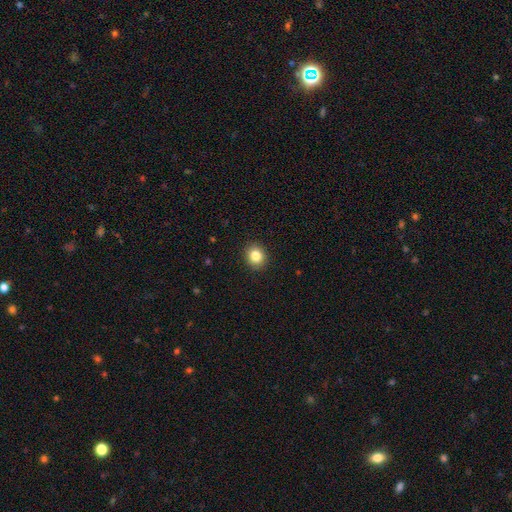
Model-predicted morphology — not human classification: smooth-or-featured: smooth: 84% | star or artifact: 10% | featured or disk: 6%
  how-rounded: round: 68% | in between: 32% | cigar-shaped: 1%
  merging: none: 91% | minor disturbance: 6% | major disturbance: 2% | merger: 1%